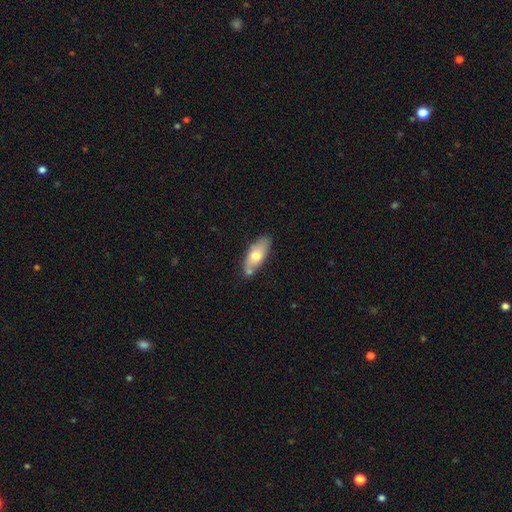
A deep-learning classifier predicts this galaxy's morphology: This is likely a smooth galaxy (63%). How rounded: likely in between (79%). Merging: likely none (68%).